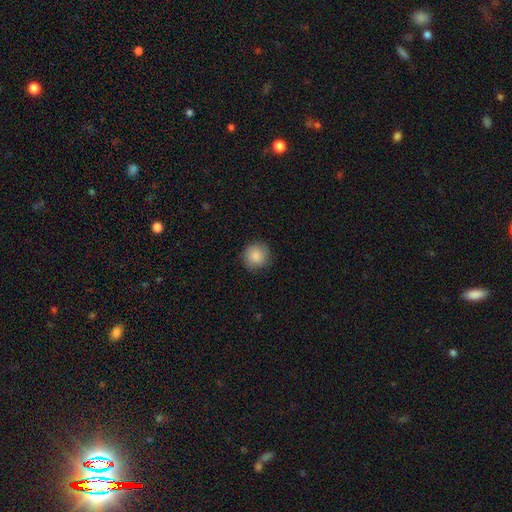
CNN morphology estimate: Q: Smooth or featured?
A: smooth (87%); runner-up: star or artifact (8%)
Q: How rounded?
A: round (93%); runner-up: in between (6%)
Q: Merging?
A: none (88%); runner-up: minor disturbance (9%)